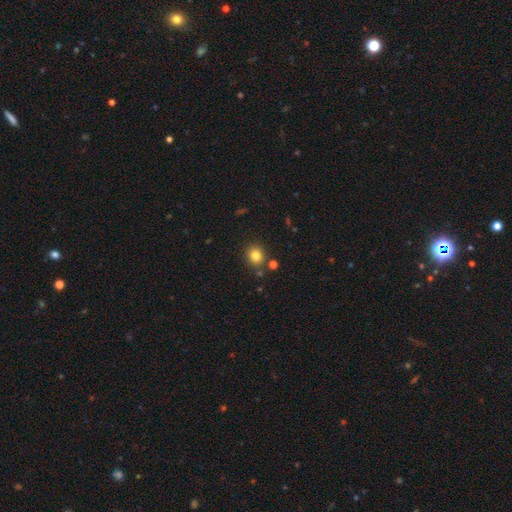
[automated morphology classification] Smooth or featured? Predicted: smooth (p=0.82). How rounded? Predicted: round (p=0.80). Merging? Predicted: none (p=0.84).